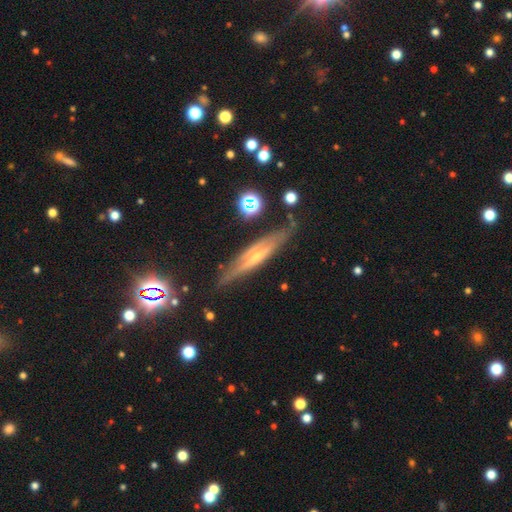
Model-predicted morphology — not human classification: Q: Smooth or featured?
A: featured or disk (72%); runner-up: smooth (19%)
Q: Edge-on disk?
A: yes (88%); runner-up: no (12%)
Q: Edge-on bulge?
A: rounded (59%); runner-up: none (30%)
Q: Merging?
A: none (80%); runner-up: minor disturbance (14%)